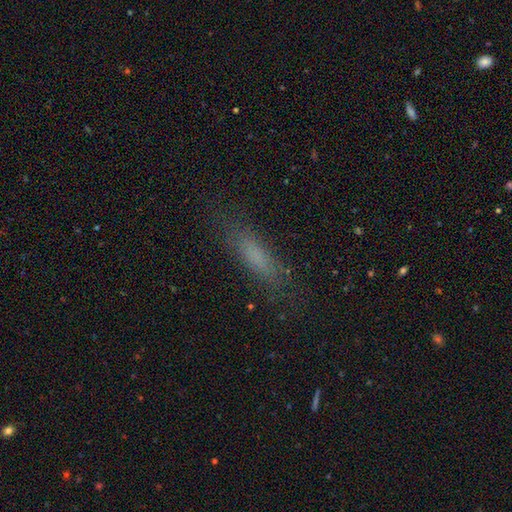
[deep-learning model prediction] This is likely a smooth galaxy (69%). How rounded: likely cigar-shaped (65%). Merging: likely none (79%).